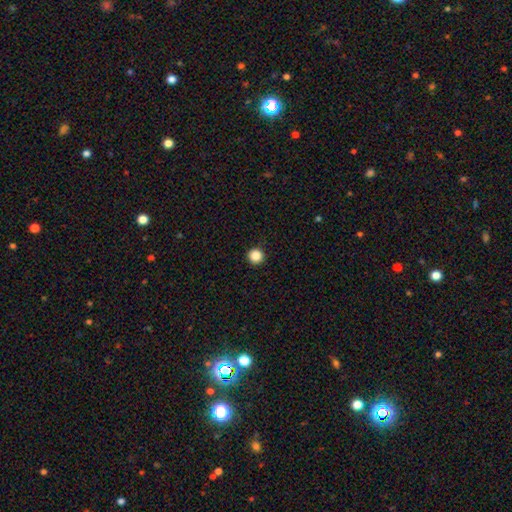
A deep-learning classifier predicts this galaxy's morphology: Smooth or featured? Predicted: smooth (p=0.87). How rounded? Predicted: round (p=0.96). Merging? Predicted: none (p=0.94).